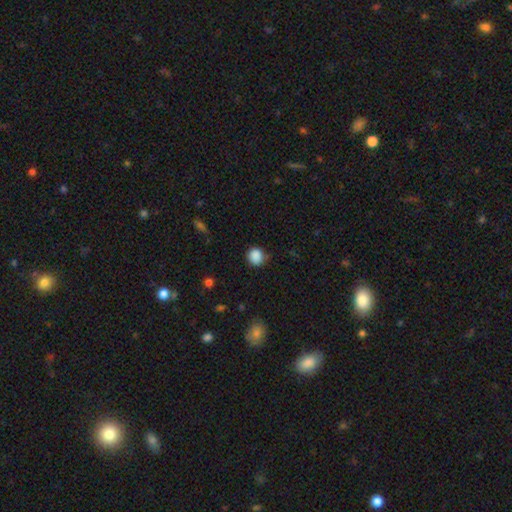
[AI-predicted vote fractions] A smooth galaxy with no disk features (87%) that is round (83%). Merging: none (78%).